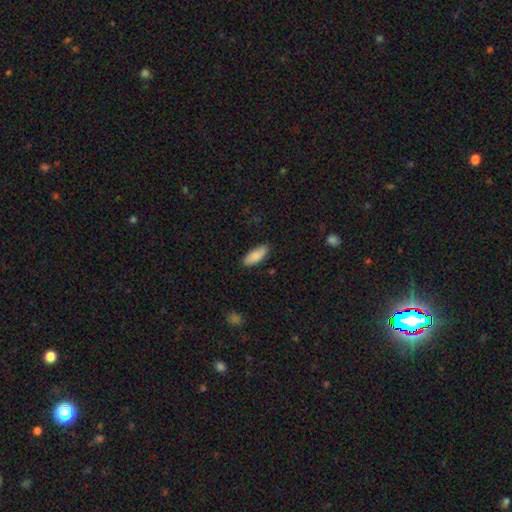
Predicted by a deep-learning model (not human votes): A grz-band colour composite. It shows a smooth galaxy with no disk features (88%) that is in between round and cigar-shaped (82%). Merging: none (83%).